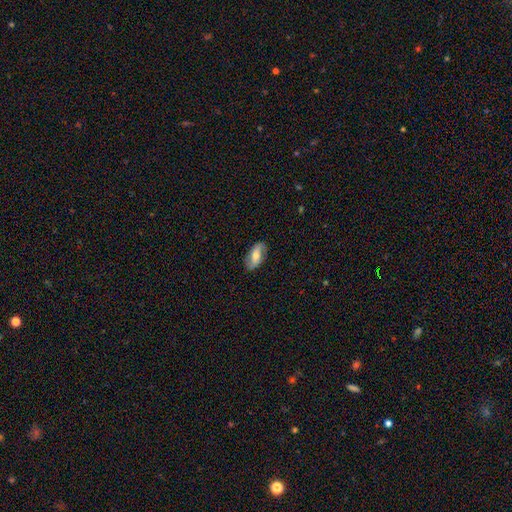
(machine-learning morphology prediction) Q: Smooth or featured?
A: featured or disk (50%); runner-up: smooth (43%)
Q: Edge-on disk?
A: no (91%); runner-up: yes (9%)
Q: Merging?
A: none (83%); runner-up: minor disturbance (12%)